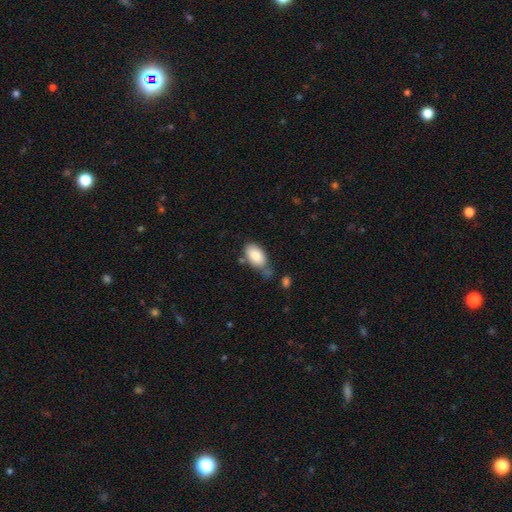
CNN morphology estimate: The model was most divided on "merging": none: 56%, minor disturbance: 25%, merger: 11%, major disturbance: 7%. More confident: how rounded — in between (93%); smooth or featured — smooth (84%).